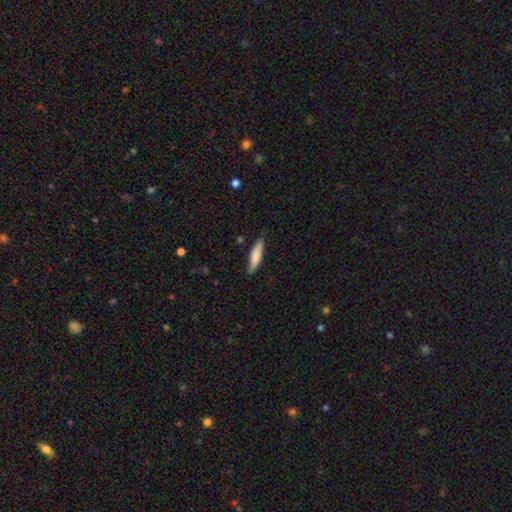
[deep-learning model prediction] Smooth or featured? smooth (75%)
How rounded? cigar-shaped (75%)
Merging? none (75%)